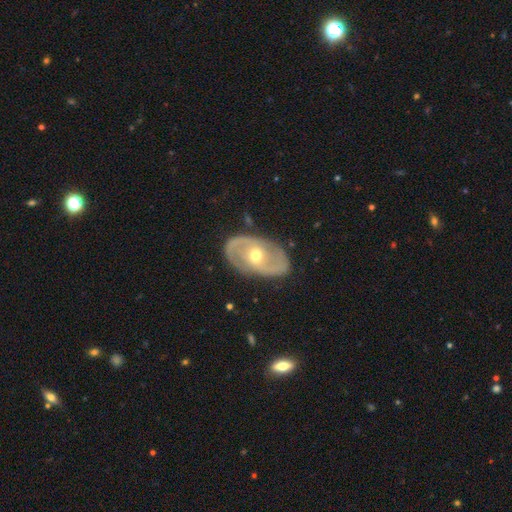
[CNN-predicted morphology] A featured or disk galaxy (85%) with no bar (61%), 2 (88%) medium (43%) spiral arms (89%) and a moderate central bulge (69%). Merging: none (83%).